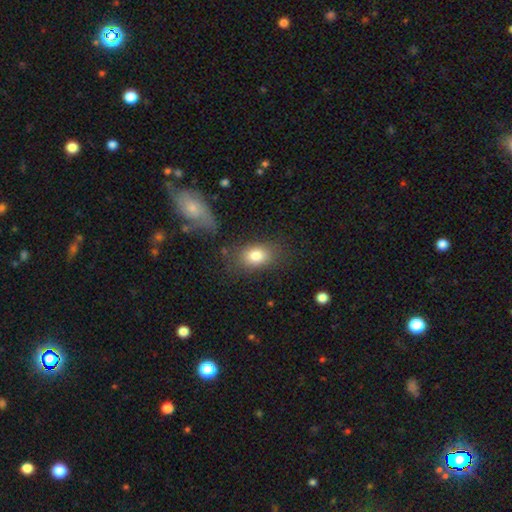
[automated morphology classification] A smooth galaxy with no disk features (81%) that is in between round and cigar-shaped (78%). Merging: none (73%).